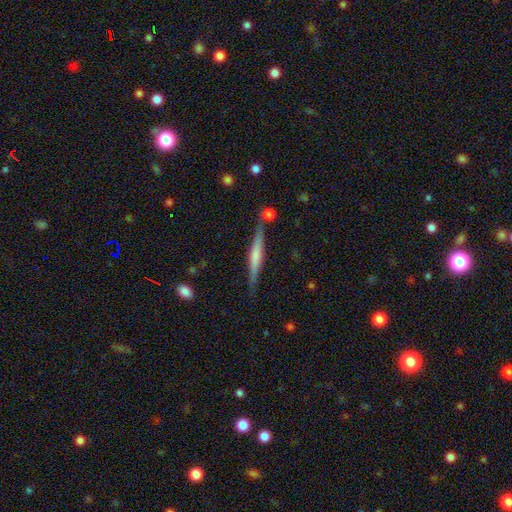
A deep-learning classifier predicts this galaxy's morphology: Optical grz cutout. It shows a featured or disk galaxy (59%) viewed edge-on (97%) with a rounded central bulge (44%). Merging: none (81%).